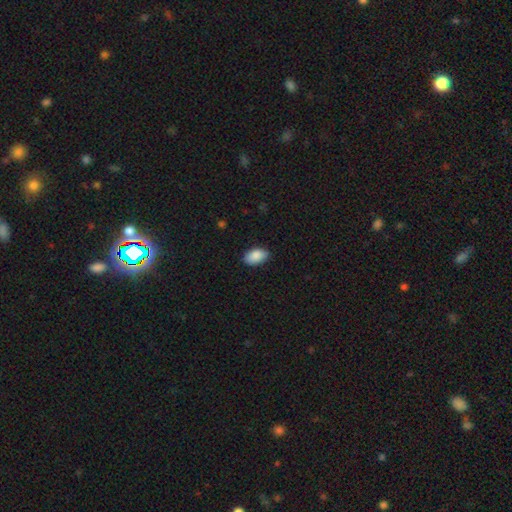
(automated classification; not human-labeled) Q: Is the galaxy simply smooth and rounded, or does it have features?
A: smooth — 89%.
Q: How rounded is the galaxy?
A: in between — 94%.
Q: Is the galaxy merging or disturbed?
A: none — 86%.